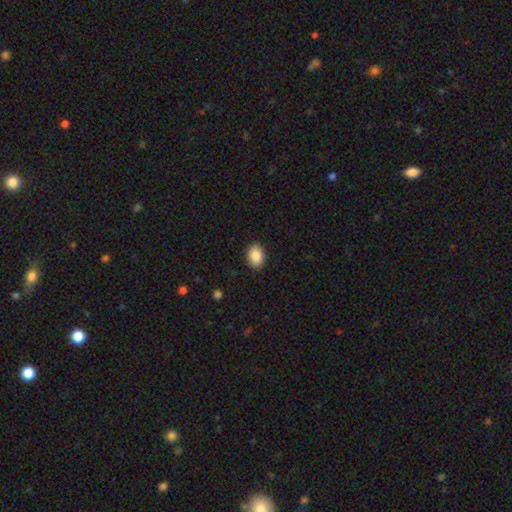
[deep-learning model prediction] This appears to be a smooth galaxy with no disk features (89%) that is in between round and cigar-shaped (80%). Merging: none (89%).